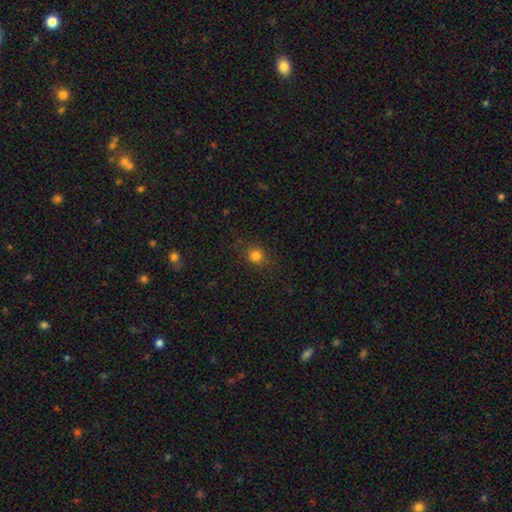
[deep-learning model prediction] Overall: smooth (79%). How rounded: round (80%). Merging: none (83%).